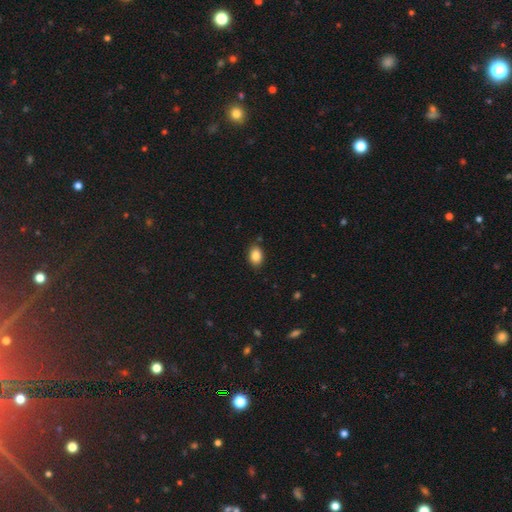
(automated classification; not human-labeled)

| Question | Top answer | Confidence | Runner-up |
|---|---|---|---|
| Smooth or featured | smooth | 87% | star or artifact (9%) |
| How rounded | in between | 81% | round (18%) |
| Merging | none | 85% | minor disturbance (11%) |